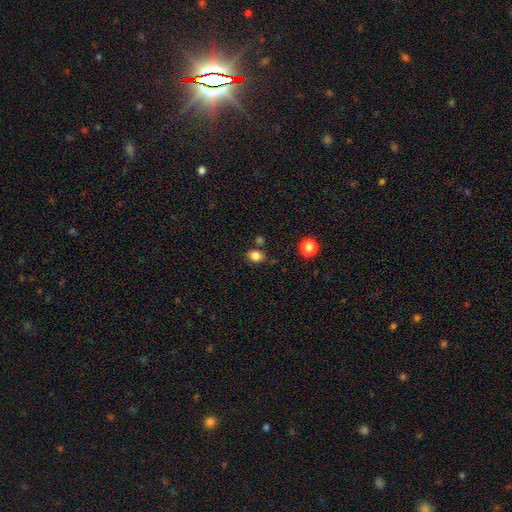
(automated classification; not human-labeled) Smooth or featured?
  - smooth: 83% *
  - star or artifact: 12%
  - featured or disk: 5%
How rounded?
  - in between: 51% *
  - round: 48%
  - cigar-shaped: 1%
Merging?
  - none: 74% *
  - minor disturbance: 13%
  - merger: 10%
  - major disturbance: 3%